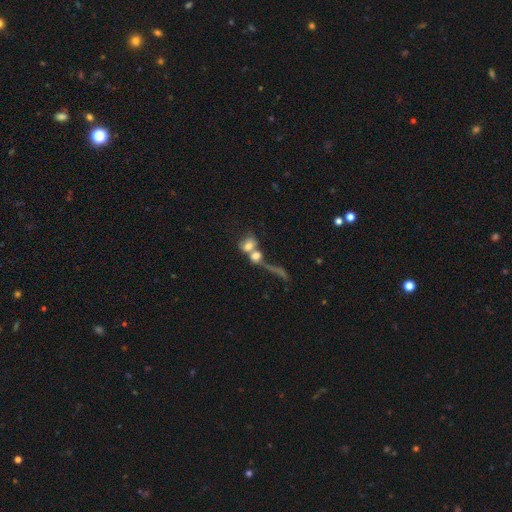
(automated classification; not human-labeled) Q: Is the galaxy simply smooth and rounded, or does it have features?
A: smooth — 62%.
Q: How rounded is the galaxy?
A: in between — 52%.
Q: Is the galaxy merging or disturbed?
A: merger — 66%.